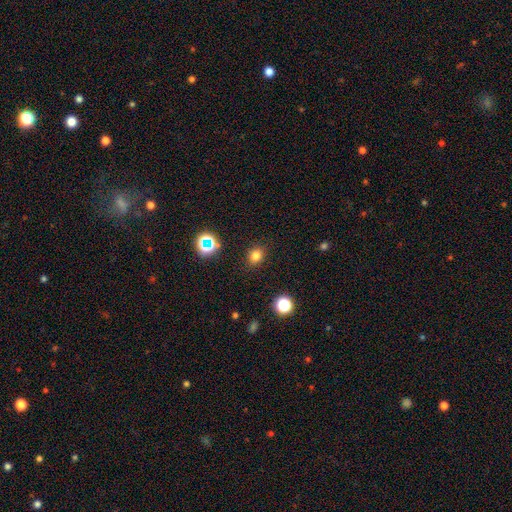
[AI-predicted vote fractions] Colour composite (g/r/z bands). It shows a smooth galaxy with no disk features (78%) that is round (64%). Merging: none (87%).